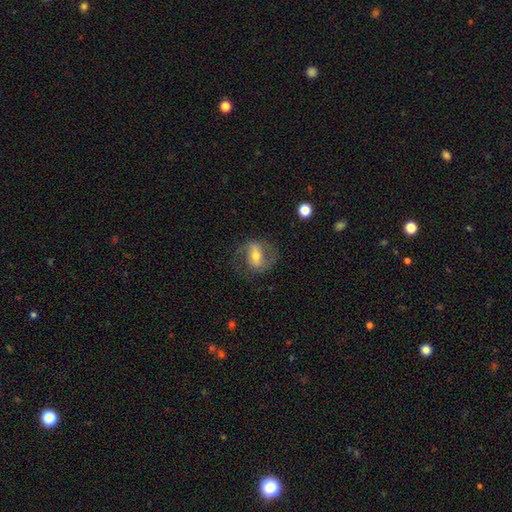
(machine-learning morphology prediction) The model was most divided on "bar": strong: 43%, weak: 38%, no: 19%. More confident: edge-on disk — no (95%); spiral arms — yes (87%); spiral arm count — 2 (86%); merging — none (70%); smooth or featured — featured or disk (69%); bulge size — moderate (59%); spiral winding — medium (52%).